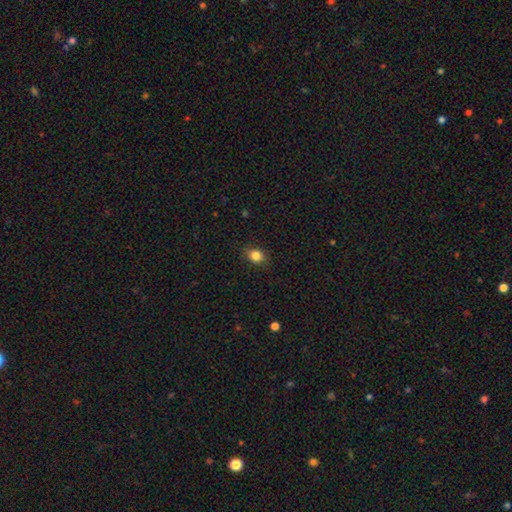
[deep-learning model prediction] Smooth or featured? Predicted: smooth (p=0.84). How rounded? Predicted: in between (p=0.53). Merging? Predicted: none (p=0.86).